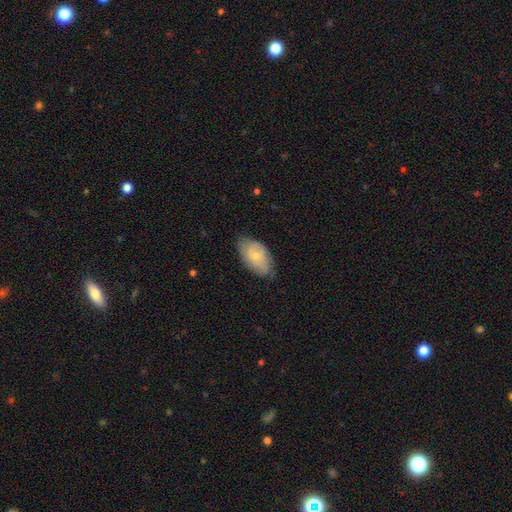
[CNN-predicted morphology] Smooth or featured? Predicted: smooth (p=0.63). How rounded? Predicted: in between (p=0.94). Merging? Predicted: none (p=0.67).